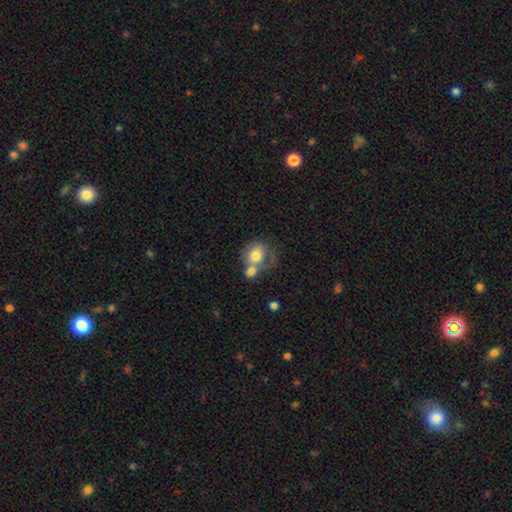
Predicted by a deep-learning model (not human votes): Smooth or featured: smooth — 70% (featured or disk — 22%)
How rounded: round — 63% (in between — 36%)
Merging: merger — 51% (none — 26%)